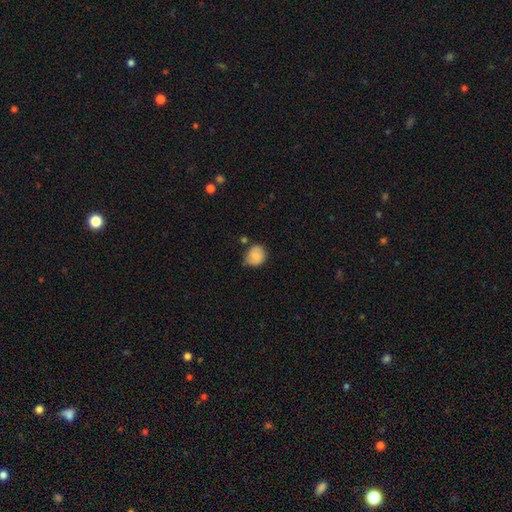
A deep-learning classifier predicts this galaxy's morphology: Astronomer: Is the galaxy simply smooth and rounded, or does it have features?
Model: smooth — 78%.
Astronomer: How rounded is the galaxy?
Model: round — 69%.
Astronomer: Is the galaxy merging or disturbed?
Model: none — 60%.